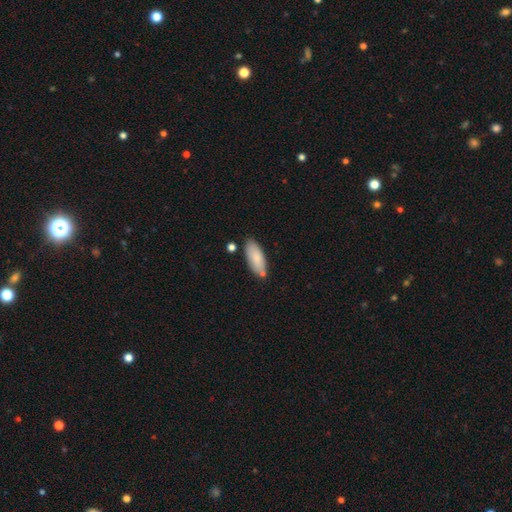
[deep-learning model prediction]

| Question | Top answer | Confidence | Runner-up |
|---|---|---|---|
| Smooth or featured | smooth | 83% | featured or disk (11%) |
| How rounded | in between | 82% | cigar-shaped (16%) |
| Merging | none | 74% | minor disturbance (16%) |